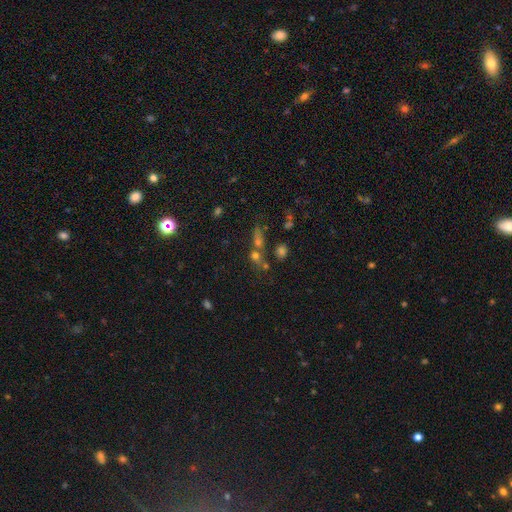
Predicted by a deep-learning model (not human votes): This is possibly a smooth galaxy (56%). How rounded: likely round (62%). Merging: possibly merger (47%).